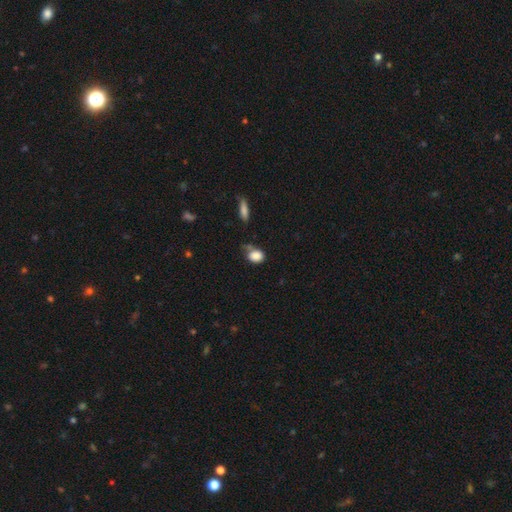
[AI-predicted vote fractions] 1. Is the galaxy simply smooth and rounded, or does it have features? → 86% smooth, 9% star or artifact, 6% featured or disk.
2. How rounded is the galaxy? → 60% in between, 39% round, 2% cigar-shaped.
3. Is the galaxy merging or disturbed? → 47% none, 29% minor disturbance, 12% merger, 12% major disturbance.